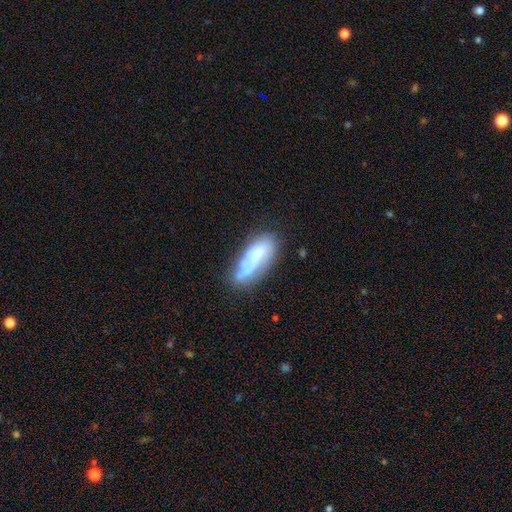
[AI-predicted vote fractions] Q: Smooth or featured?
A: featured or disk (50%); runner-up: smooth (42%)
Q: Merging?
A: none (44%); runner-up: minor disturbance (25%)